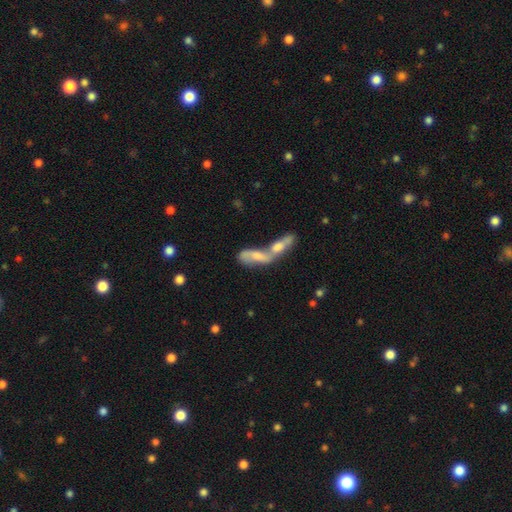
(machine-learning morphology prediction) Smooth or featured: smooth — 52% (featured or disk — 40%)
How rounded: in between — 56% (cigar-shaped — 40%)
Merging: merger — 79% (none — 11%)